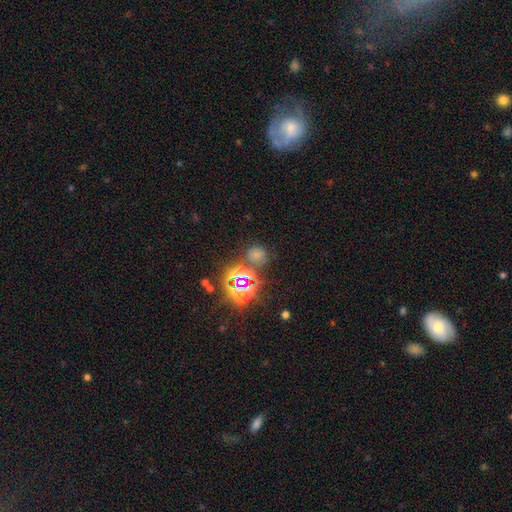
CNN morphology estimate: Q: Smooth or featured?
A: smooth (50%); runner-up: star or artifact (42%)
Q: How rounded?
A: round (75%); runner-up: in between (24%)
Q: Merging?
A: none (71%); runner-up: minor disturbance (14%)